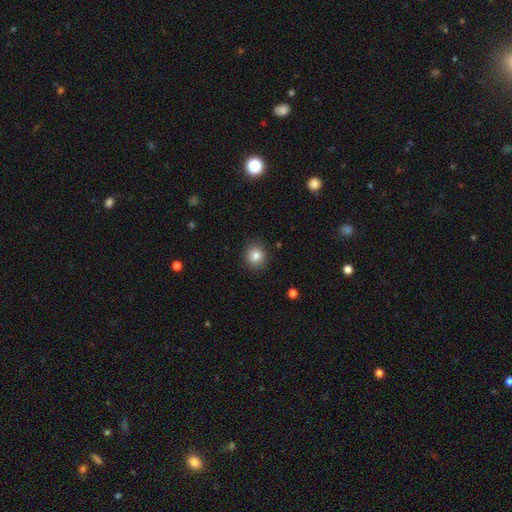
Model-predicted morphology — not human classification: smooth_or_featured: smooth (p=0.84) [alt: star or artifact p=0.10]
how_rounded: round (p=0.82) [alt: in between p=0.17]
merging: none (p=0.89) [alt: minor disturbance p=0.08]